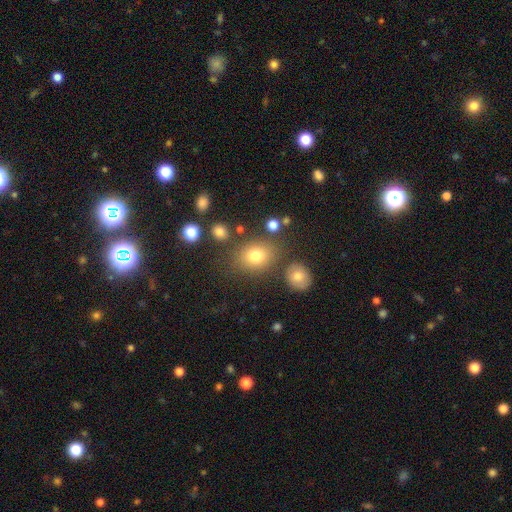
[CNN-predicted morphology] This is likely a smooth galaxy (77%). How rounded: possibly in between (51%). Merging: likely none (75%).